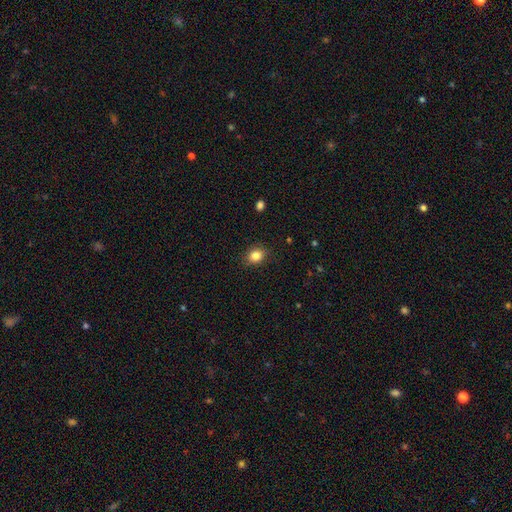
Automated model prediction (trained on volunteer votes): Smooth or featured?
  - smooth: 84% *
  - star or artifact: 10%
  - featured or disk: 5%
How rounded?
  - round: 51% *
  - in between: 48%
  - cigar-shaped: 1%
Merging?
  - none: 87% *
  - minor disturbance: 10%
  - major disturbance: 2%
  - merger: 1%